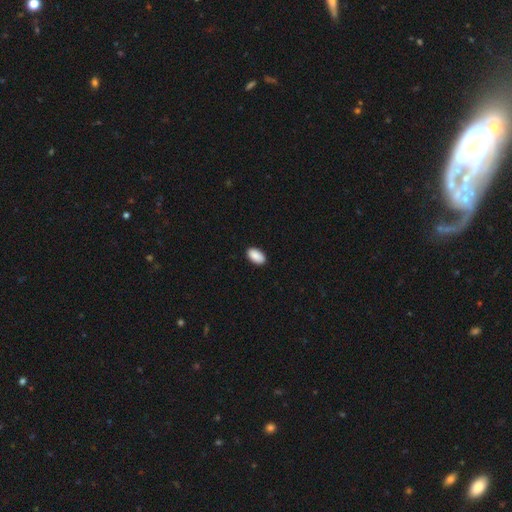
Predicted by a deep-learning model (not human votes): smooth 91%, star or artifact 7%, featured or disk 3%. Down the decision tree: how rounded — in between (95%); merging — none (89%).